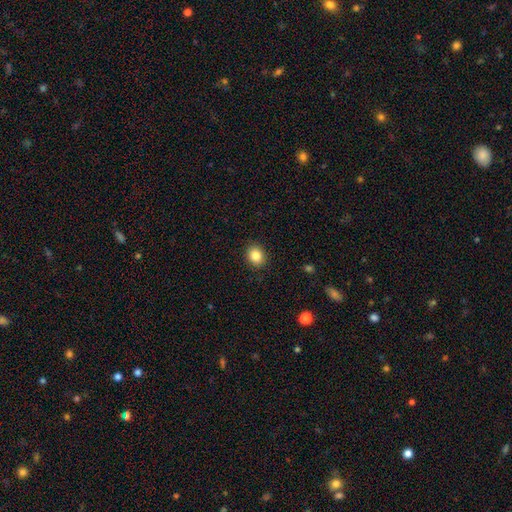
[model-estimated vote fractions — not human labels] A smooth galaxy with no disk features (85%) that is round (64%). Merging: none (90%).